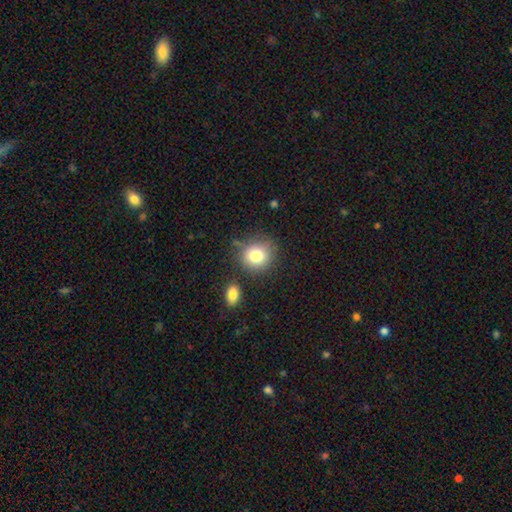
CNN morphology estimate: Overall: smooth (81%). How rounded: round (81%). Merging: none (73%).